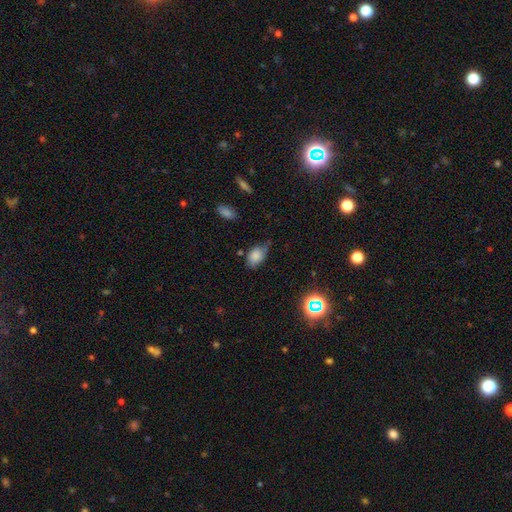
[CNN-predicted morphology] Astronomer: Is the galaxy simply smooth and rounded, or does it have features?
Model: smooth — 79%.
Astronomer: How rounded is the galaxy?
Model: in between — 85%.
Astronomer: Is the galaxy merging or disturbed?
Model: minor disturbance — 43%, tied with none at 43%.